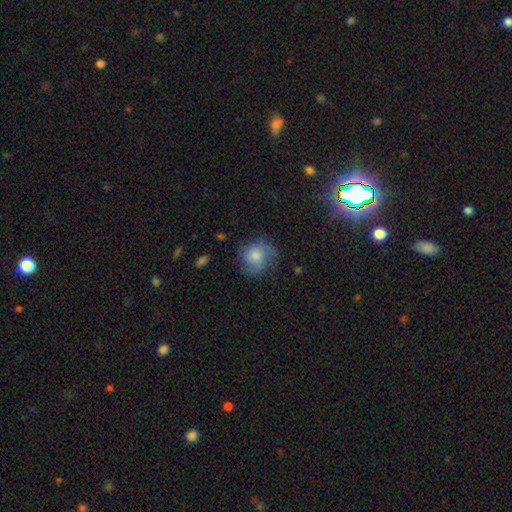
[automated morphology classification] A smooth galaxy with no disk features (68%) that is round (79%).

Vote fractions:
- Smooth or featured? smooth: 68% / featured or disk: 24% / star or artifact: 9%
- How rounded? round: 79% / in between: 20% / cigar-shaped: 1%
- Merging? none: 56% / minor disturbance: 27% / major disturbance: 15% / merger: 2%